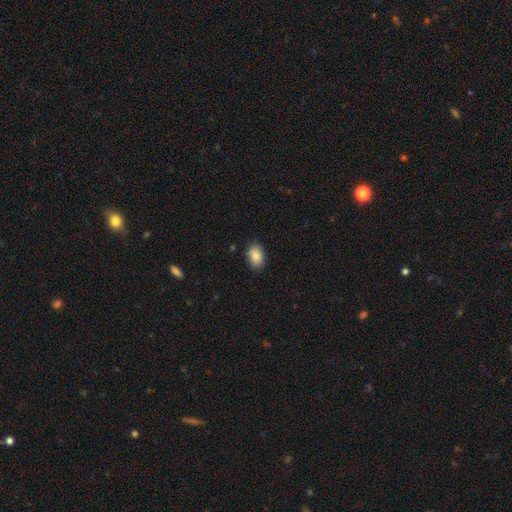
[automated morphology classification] Q: Smooth or featured?
A: smooth (88%); runner-up: star or artifact (7%)
Q: How rounded?
A: in between (89%); runner-up: round (10%)
Q: Merging?
A: none (87%); runner-up: minor disturbance (10%)